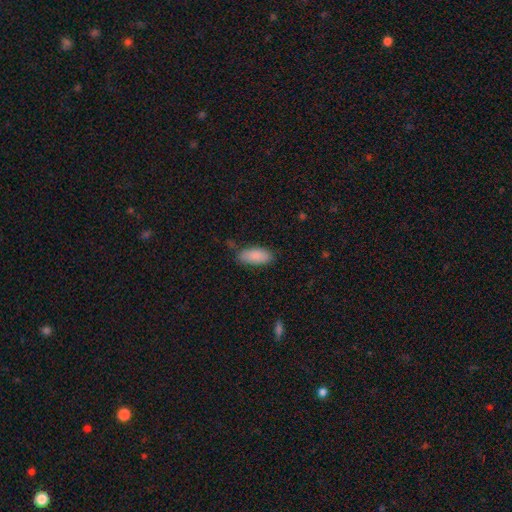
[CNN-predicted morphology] This is clearly a smooth galaxy (88%). How rounded: clearly in between (86%). Merging: likely none (79%).